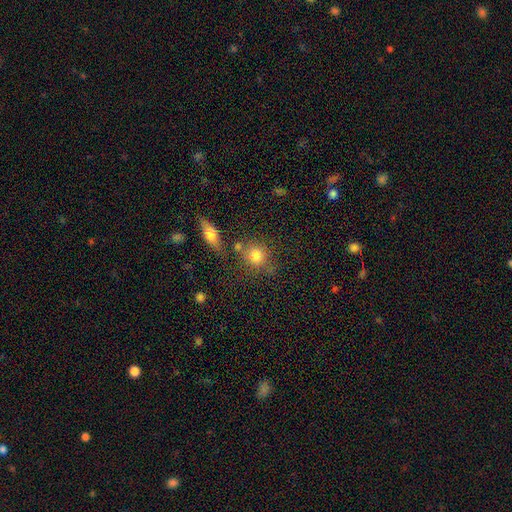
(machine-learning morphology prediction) The model was most divided on "merging": none: 61%, merger: 18%, minor disturbance: 15%, major disturbance: 6%. More confident: smooth or featured — smooth (77%); how rounded — round (74%).